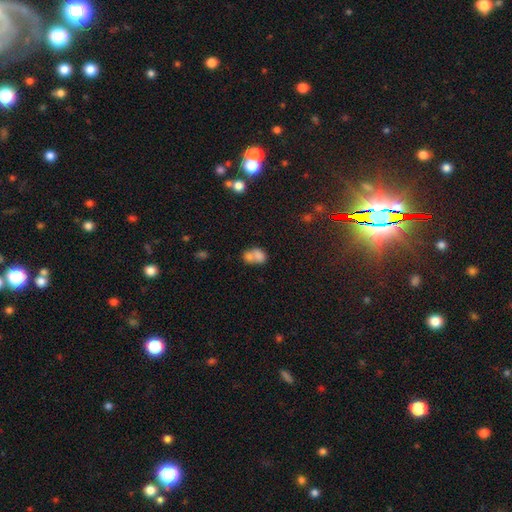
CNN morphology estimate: smooth_or_featured: smooth (p=0.72) [alt: featured or disk p=0.17]
how_rounded: in between (p=0.63) [alt: round p=0.36]
merging: merger (p=0.66) [alt: none p=0.21]